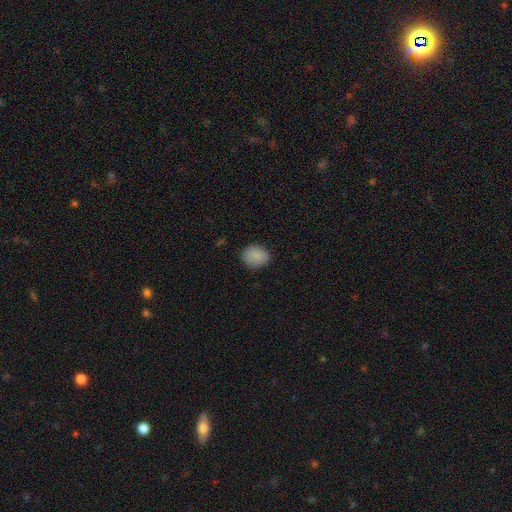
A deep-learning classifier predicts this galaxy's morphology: The model was most divided on "how rounded": round: 69%, in between: 30%, cigar-shaped: 1%. More confident: smooth or featured — smooth (87%); merging — none (86%).